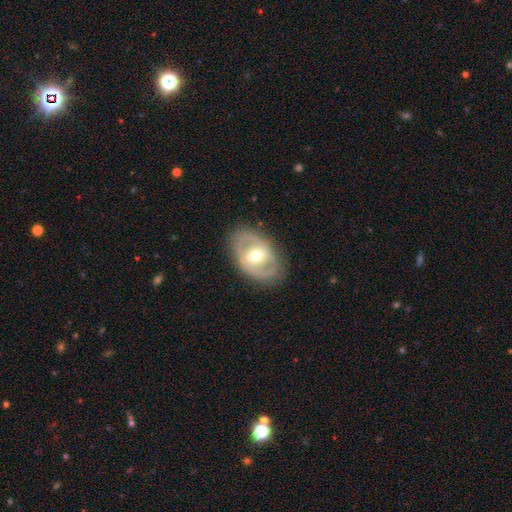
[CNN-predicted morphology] Overall: featured or disk (74%). Edge-on disk: no (93%). Bar: weak (41%; no 33%). Spiral arms: yes (60%; no 40%). Bulge size: moderate (67%). Merging: none (82%).